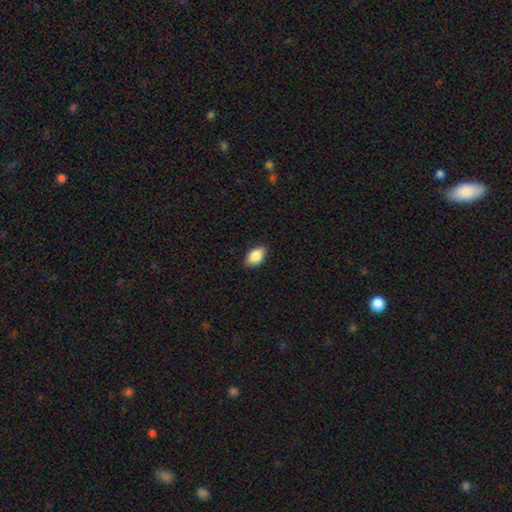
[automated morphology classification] Overall: smooth (86%). How rounded: in between (89%). Merging: none (85%).